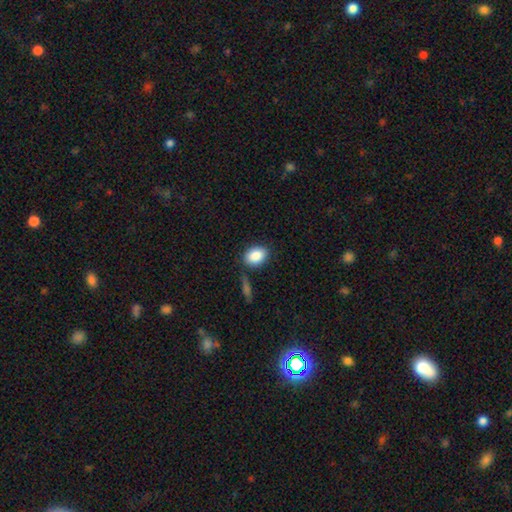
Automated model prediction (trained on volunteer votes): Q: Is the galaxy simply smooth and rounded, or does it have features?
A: smooth — 87%.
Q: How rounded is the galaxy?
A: in between — 74%.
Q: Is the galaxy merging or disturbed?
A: none — 79%.